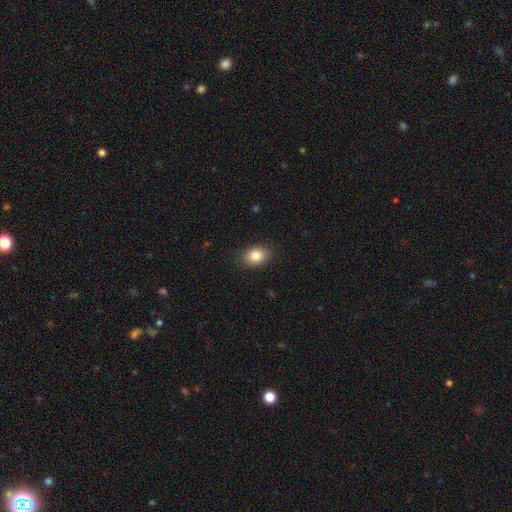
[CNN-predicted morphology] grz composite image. It shows a smooth galaxy with no disk features (84%) that is in between round and cigar-shaped (72%). Merging: none (87%).